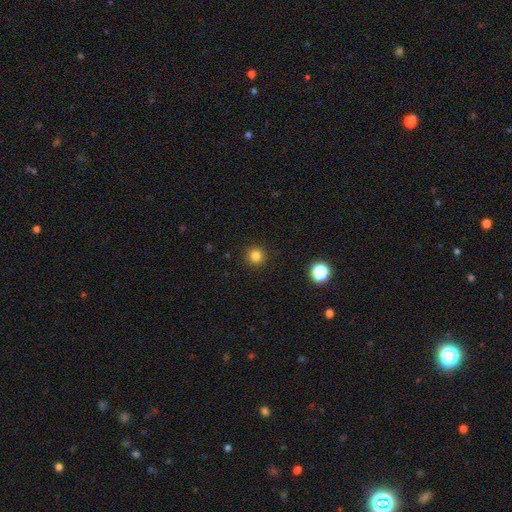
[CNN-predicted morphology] Smooth or featured? smooth (82%)
How rounded? round (94%)
Merging? none (92%)